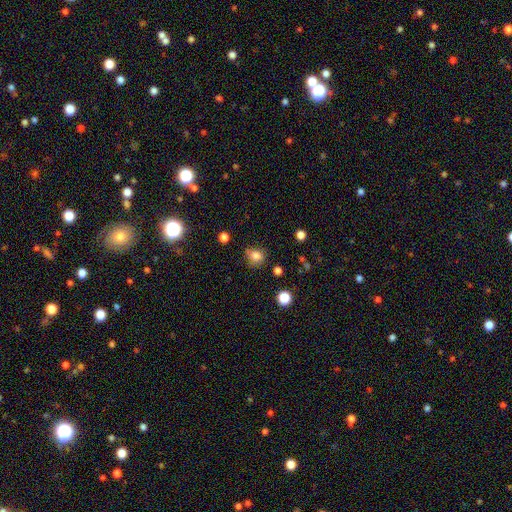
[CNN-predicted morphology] type=smooth (80%); roundness=round (80%); merging=none (73%).